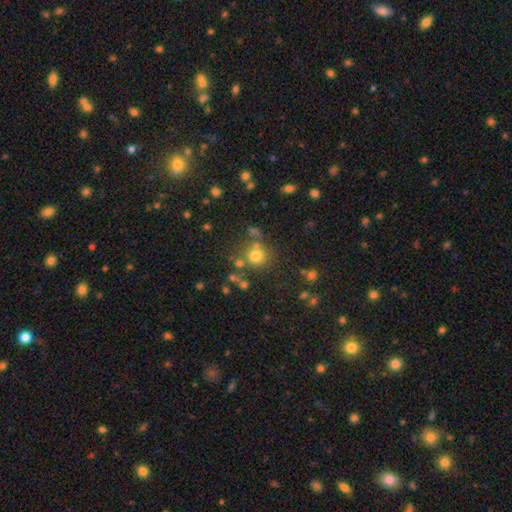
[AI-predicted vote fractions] Smooth or featured? Predicted: smooth (p=0.71). How rounded? Predicted: round (p=0.85). Merging? Predicted: none (p=0.65).